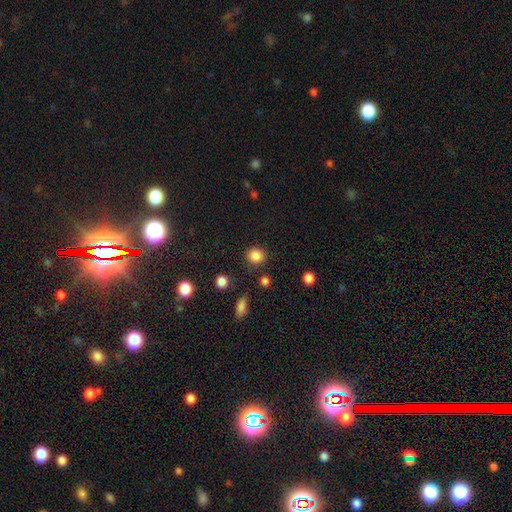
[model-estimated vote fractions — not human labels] Smooth or featured? Predicted: smooth (p=0.86). How rounded? Predicted: round (p=0.80). Merging? Predicted: none (p=0.85).